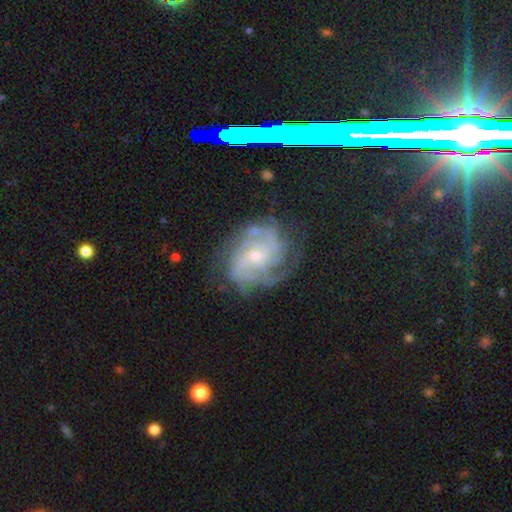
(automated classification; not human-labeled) Smooth or featured? Predicted: featured or disk (p=0.84). Edge-on disk? Predicted: no (p=0.97). Bar? Predicted: no (p=0.67). Spiral arms? Predicted: yes (p=0.97). Spiral winding? Predicted: tight (p=0.52). Spiral arm count? Predicted: 2 (p=0.27). Bulge size? Predicted: small (p=0.69). Merging? Predicted: none (p=0.72).